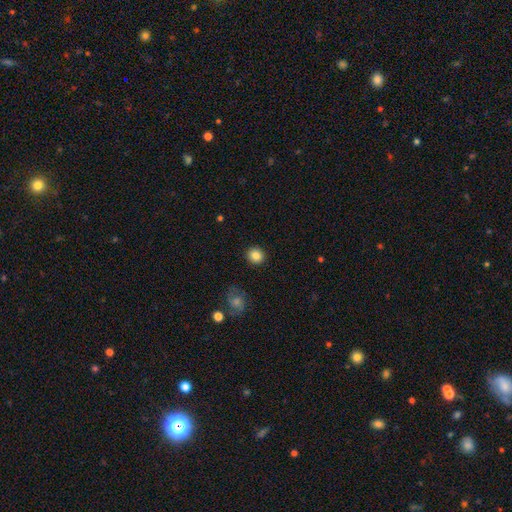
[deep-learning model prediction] smooth_or_featured: smooth (p=0.85) [alt: star or artifact p=0.10]
how_rounded: round (p=0.88) [alt: in between p=0.11]
merging: none (p=0.91) [alt: minor disturbance p=0.06]